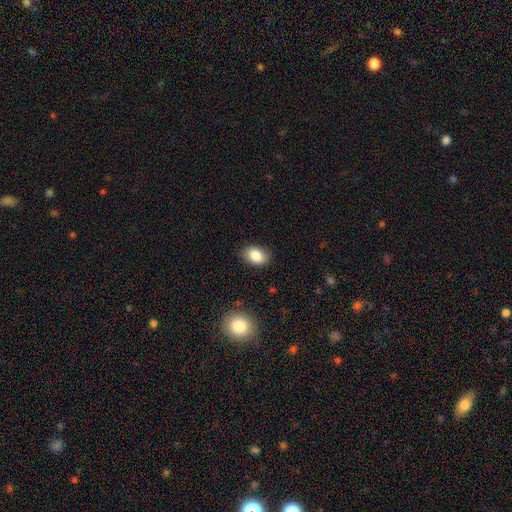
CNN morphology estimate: Smooth or featured? smooth (85%)
How rounded? in between (84%)
Merging? none (86%)